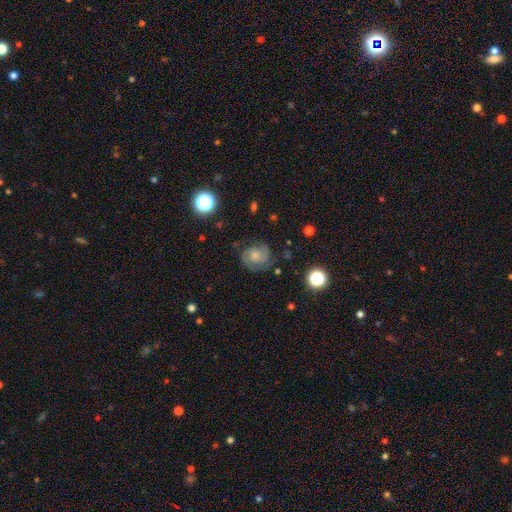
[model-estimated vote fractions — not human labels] A featured or disk galaxy (48%).

Vote fractions:
- Smooth or featured? featured or disk: 48% / smooth: 40% / star or artifact: 12%
- Merging? none: 70% / minor disturbance: 20% / major disturbance: 8% / merger: 2%